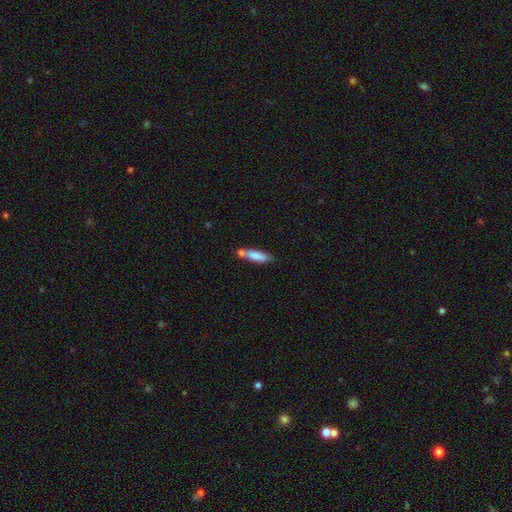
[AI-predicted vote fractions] Overall: smooth (77%). How rounded: cigar-shaped (65%; in between 33%). Merging: none (53%; merger 26%).